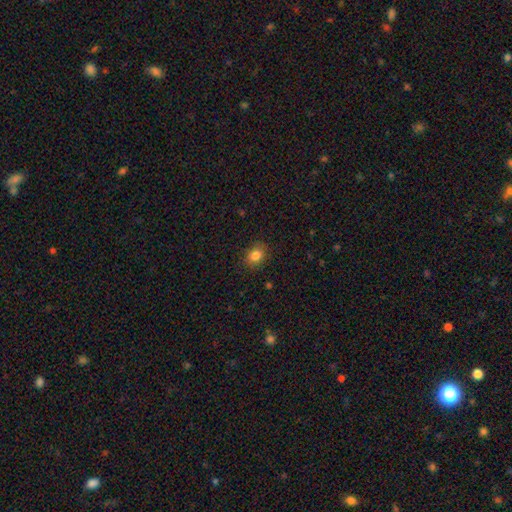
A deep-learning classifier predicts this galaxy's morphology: This is clearly a smooth galaxy (83%). How rounded: possibly round (50%). Merging: clearly none (86%).